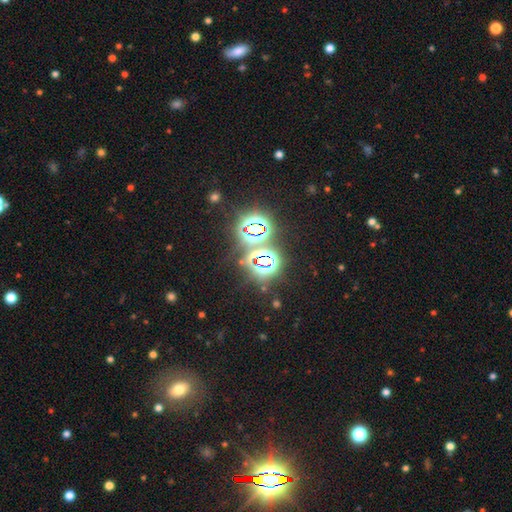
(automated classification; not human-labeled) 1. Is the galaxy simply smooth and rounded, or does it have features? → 80% star or artifact, 12% smooth, 7% featured or disk.